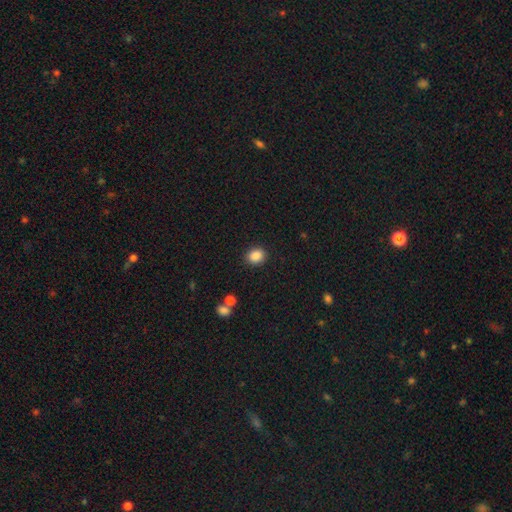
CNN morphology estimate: Smooth or featured: smooth — 88% (star or artifact — 9%)
How rounded: round — 58% (in between — 41%)
Merging: none — 89% (minor disturbance — 7%)